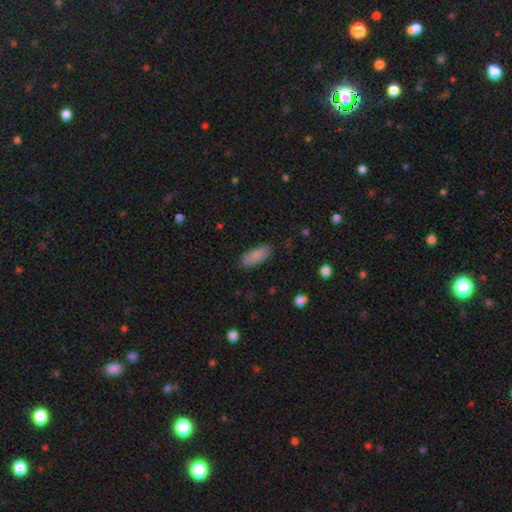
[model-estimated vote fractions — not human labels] Smooth or featured? Predicted: smooth (p=0.86). How rounded? Predicted: in between (p=0.81). Merging? Predicted: none (p=0.83).